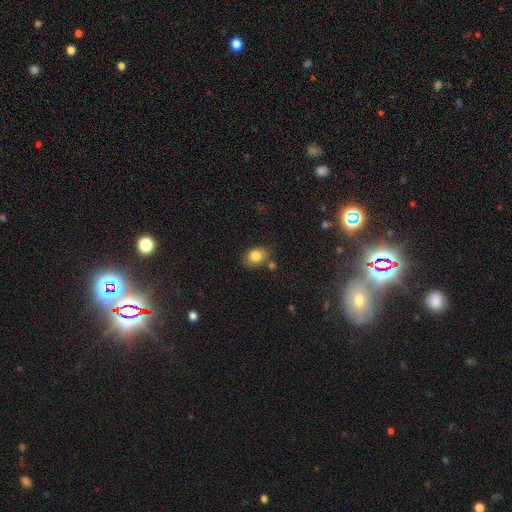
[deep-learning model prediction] smooth-or-featured: smooth: 82% | featured or disk: 9% | star or artifact: 9%
  how-rounded: in between: 69% | round: 30% | cigar-shaped: 1%
  merging: none: 72% | minor disturbance: 16% | merger: 9% | major disturbance: 4%